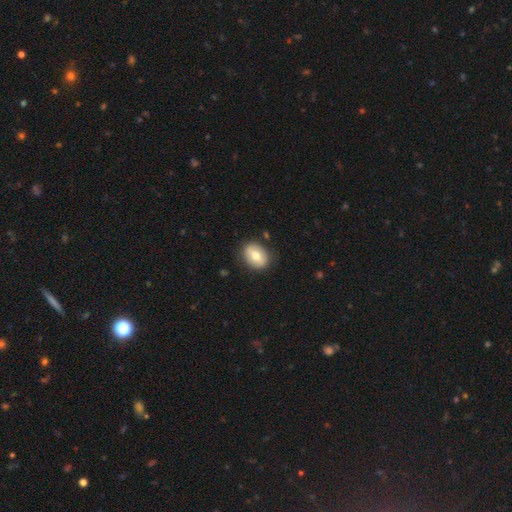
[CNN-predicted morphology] The model was most divided on "how rounded": in between: 70%, round: 29%, cigar-shaped: 1%. More confident: merging — none (85%); smooth or featured — smooth (72%).